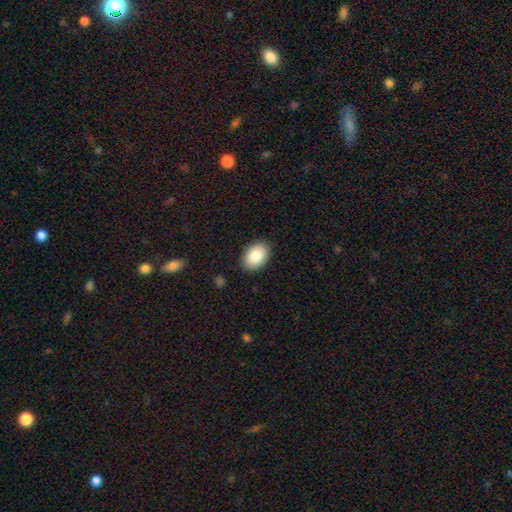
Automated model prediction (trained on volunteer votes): Overall: smooth (87%). How rounded: in between (88%). Merging: none (89%).